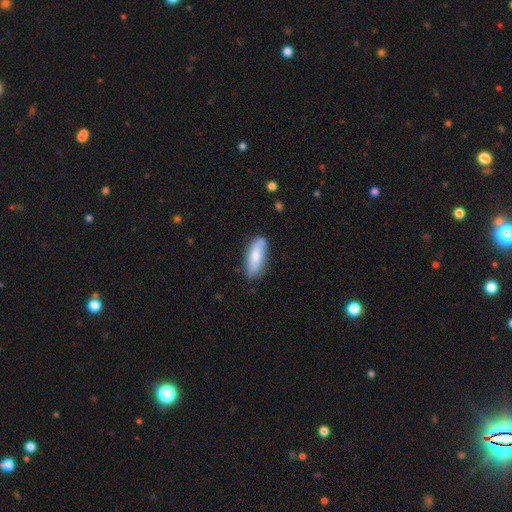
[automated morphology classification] smooth-or-featured: smooth: 72% | featured or disk: 22% | star or artifact: 6%
  how-rounded: in between: 59% | cigar-shaped: 39% | round: 2%
  merging: none: 75% | minor disturbance: 20% | major disturbance: 3% | merger: 2%